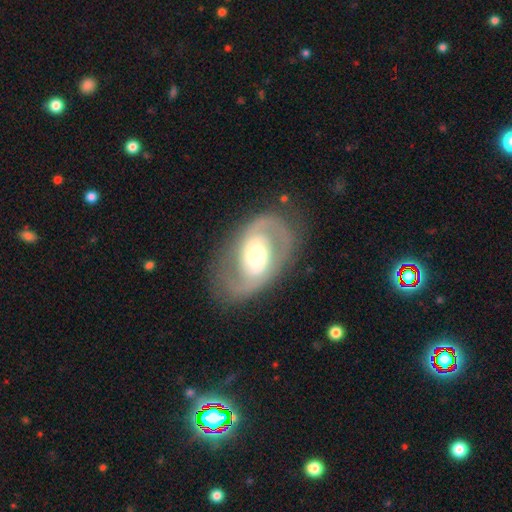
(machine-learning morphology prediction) Smooth or featured?
  - featured or disk: 82% *
  - smooth: 13%
  - star or artifact: 5%
Edge-on disk?
  - no: 96% *
  - yes: 4%
Bar?
  - no: 43% *
  - weak: 37%
  - strong: 20%
Spiral arms?
  - yes: 87% *
  - no: 13%
Spiral winding?
  - medium: 48% *
  - tight: 32%
  - loose: 20%
Spiral arm count?
  - 2: 86% *
  - can't tell: 7%
  - 1: 3%
  - 3: 2%
  - 4: 1%
  - more than 4: 1%
Bulge size?
  - moderate: 62% *
  - small: 18%
  - large: 17%
  - dominant: 2%
  - none: 1%
Merging?
  - none: 78% *
  - minor disturbance: 13%
  - major disturbance: 7%
  - merger: 1%